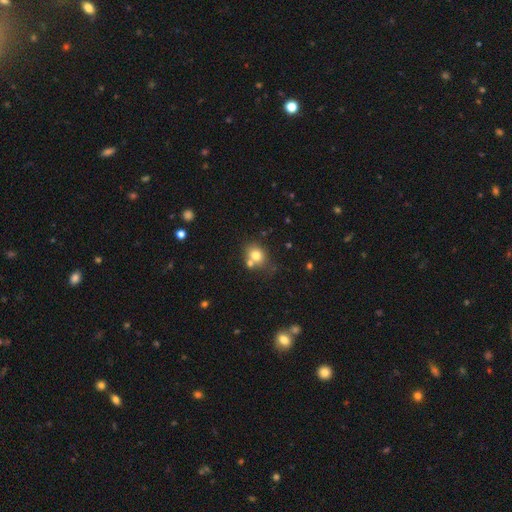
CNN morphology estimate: Q: Smooth or featured?
A: smooth (76%); runner-up: featured or disk (12%)
Q: How rounded?
A: round (61%); runner-up: in between (38%)
Q: Merging?
A: none (54%); runner-up: merger (26%)